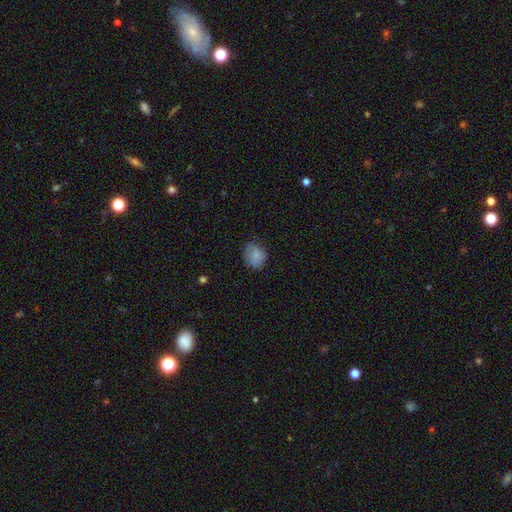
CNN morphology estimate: This is clearly a smooth galaxy (80%). How rounded: possibly round (52%). Merging: likely none (72%).